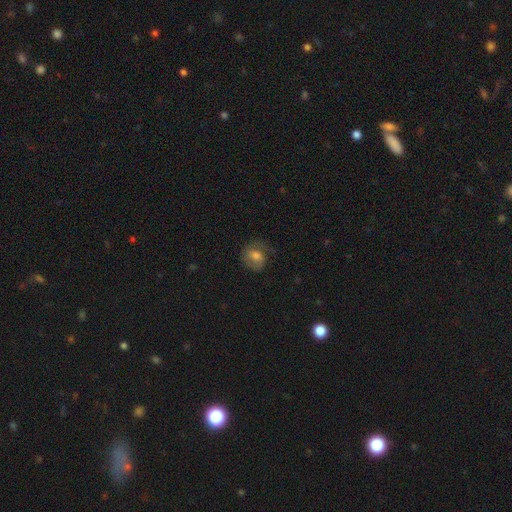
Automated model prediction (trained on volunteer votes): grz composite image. It shows a smooth galaxy with no disk features (54%) that is round (57%). Merging: none (54%).